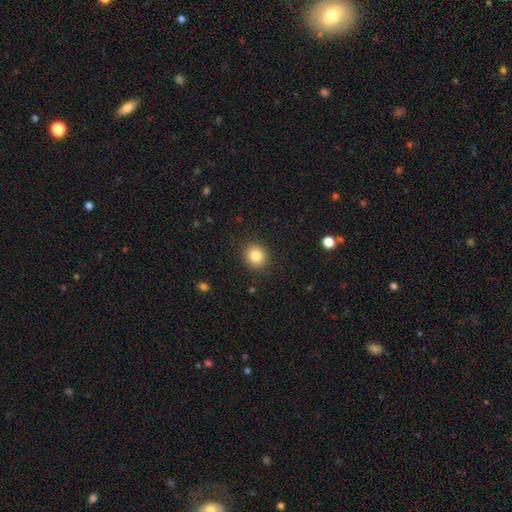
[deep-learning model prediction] Smooth or featured? smooth (84%)
How rounded? round (74%)
Merging? none (89%)